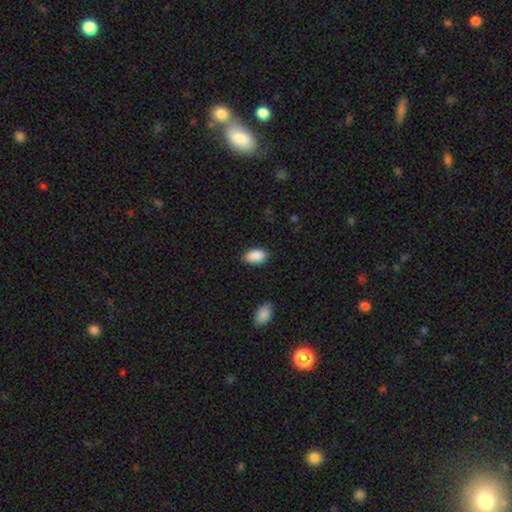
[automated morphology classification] smooth_or_featured: smooth (p=0.89) [alt: star or artifact p=0.07]
how_rounded: in between (p=0.92) [alt: round p=0.06]
merging: none (p=0.81) [alt: minor disturbance p=0.15]